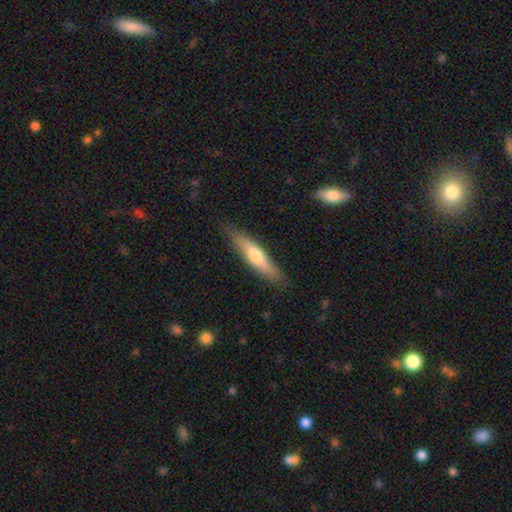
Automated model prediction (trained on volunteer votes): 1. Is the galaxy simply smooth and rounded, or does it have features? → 63% smooth, 32% featured or disk, 6% star or artifact.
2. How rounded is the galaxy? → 78% cigar-shaped, 20% in between, 2% round.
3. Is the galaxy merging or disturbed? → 82% none, 14% minor disturbance, 3% major disturbance, 1% merger.